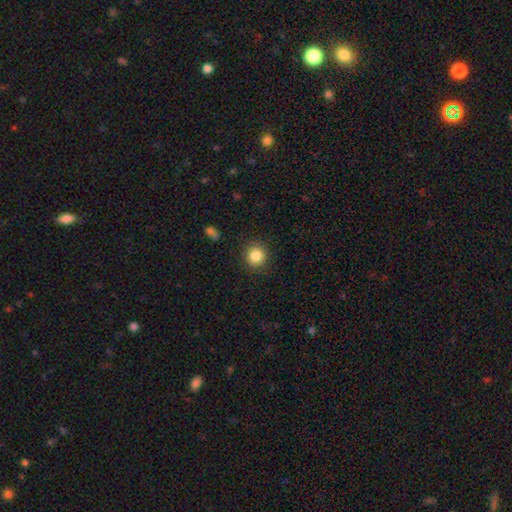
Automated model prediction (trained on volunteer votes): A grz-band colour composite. It shows a smooth galaxy with no disk features (85%) that is round (93%). Merging: none (90%).